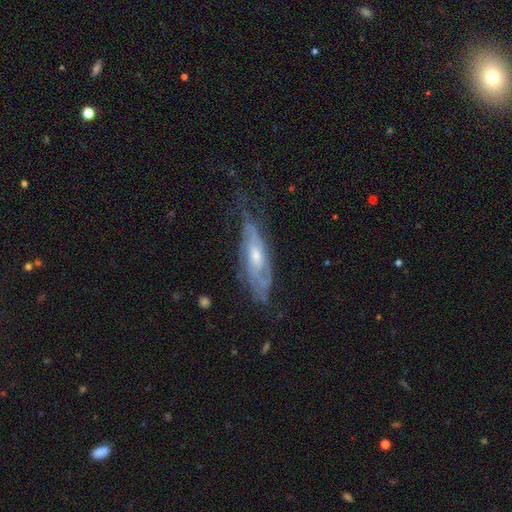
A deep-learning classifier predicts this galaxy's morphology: smooth_or_featured: featured or disk (p=0.79) [alt: smooth p=0.15]
disk_edge_on: no (p=0.79) [alt: yes p=0.21]
bar: no (p=0.63) [alt: weak p=0.30]
has_spiral_arms: yes (p=0.91) [alt: no p=0.09]
spiral_winding: tight (p=0.56) [alt: medium p=0.34]
spiral_arm_count: can't tell (p=0.46) [alt: 2 p=0.31]
bulge_size: moderate (p=0.51) [alt: small p=0.42]
merging: none (p=0.60) [alt: minor disturbance p=0.26]